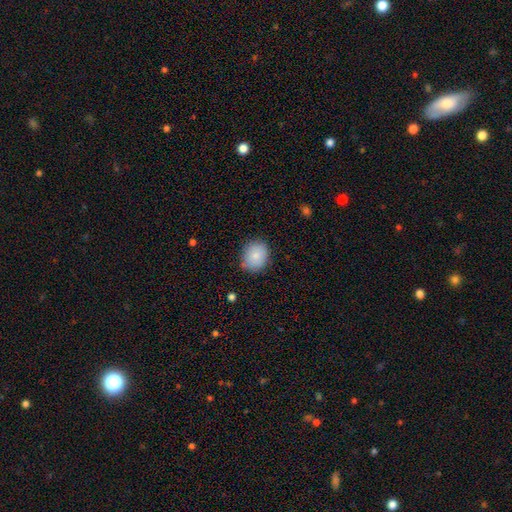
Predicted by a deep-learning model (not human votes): This is clearly a smooth galaxy (84%). How rounded: likely round (63%). Merging: clearly none (81%).